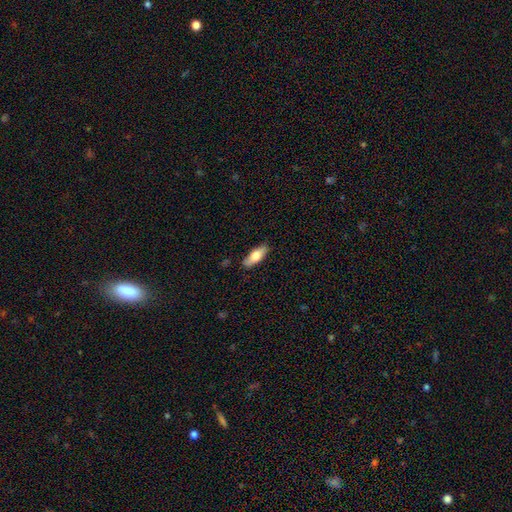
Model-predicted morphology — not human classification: A smooth galaxy with no disk features (68%) that is in between round and cigar-shaped (71%). Merging: none (85%).